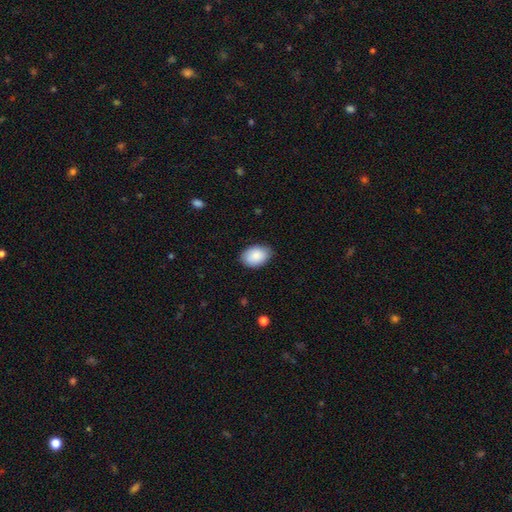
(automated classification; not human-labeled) Smooth or featured?
  - smooth: 88% *
  - star or artifact: 6%
  - featured or disk: 6%
How rounded?
  - in between: 87% *
  - round: 12%
  - cigar-shaped: 1%
Merging?
  - none: 83% *
  - minor disturbance: 14%
  - major disturbance: 2%
  - merger: 1%